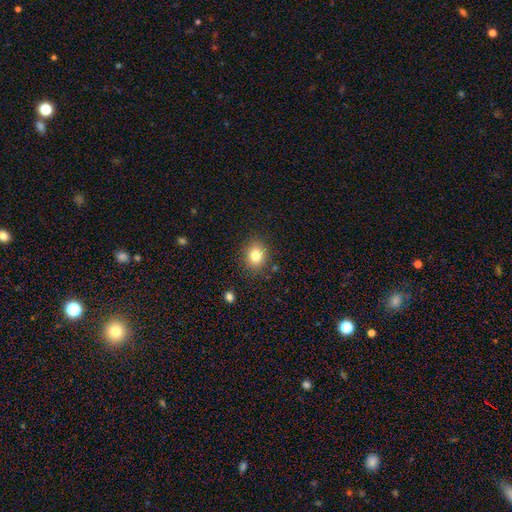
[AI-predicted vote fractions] This appears to be a smooth galaxy with no disk features (81%) that is round (67%). Merging: none (86%).